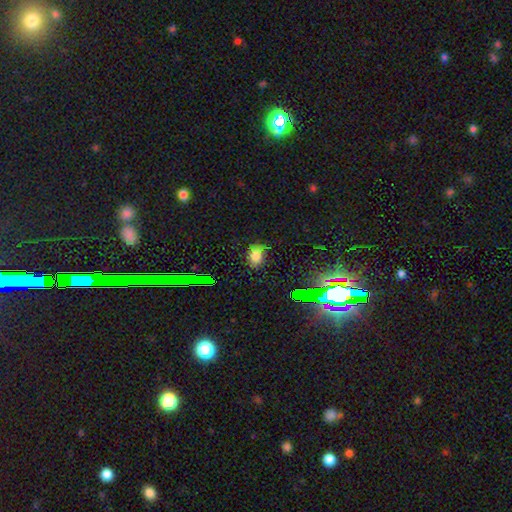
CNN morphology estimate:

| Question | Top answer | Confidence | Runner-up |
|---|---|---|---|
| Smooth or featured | smooth | 73% | star or artifact (18%) |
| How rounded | in between | 70% | round (29%) |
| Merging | none | 79% | minor disturbance (16%) |